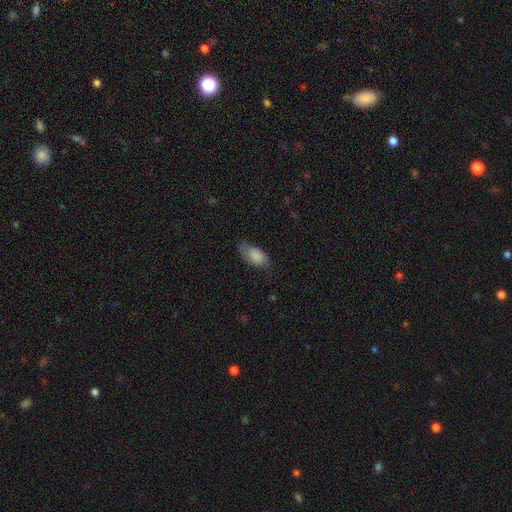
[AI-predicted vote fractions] Morphology: type=smooth (81%); roundness=in between (92%); merging=none (57%).